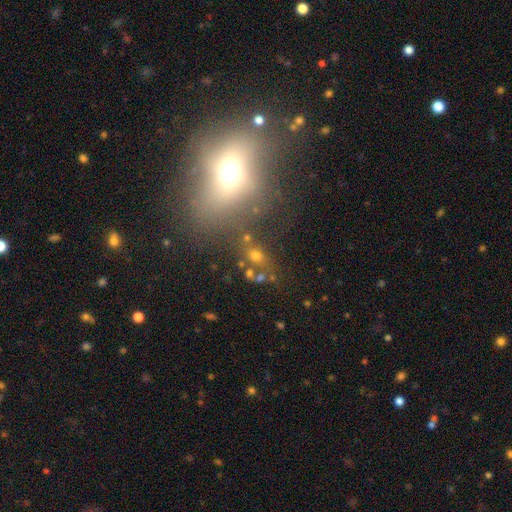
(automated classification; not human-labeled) Smooth or featured? Predicted: smooth (p=0.53). How rounded? Predicted: in between (p=0.54). Merging? Predicted: none (p=0.60).